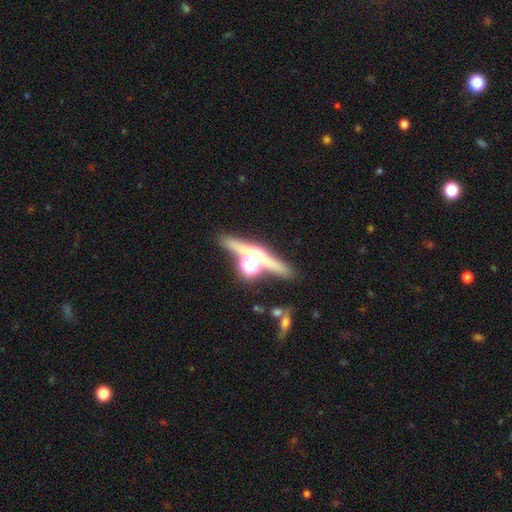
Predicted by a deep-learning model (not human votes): Smooth or featured? featured or disk (53%)
Edge-on disk? yes (84%)
Merging? none (62%)